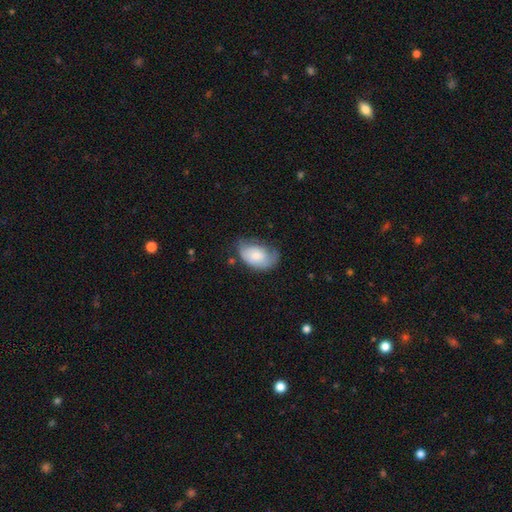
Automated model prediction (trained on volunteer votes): smooth_or_featured: smooth (p=0.64) [alt: featured or disk p=0.30]
how_rounded: in between (p=0.90) [alt: round p=0.09]
merging: none (p=0.45) [alt: minor disturbance p=0.36]